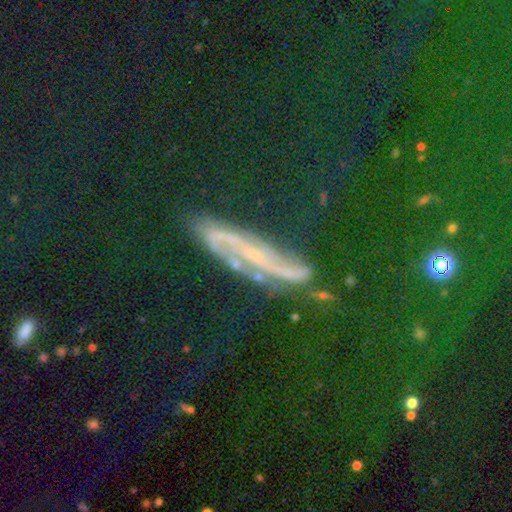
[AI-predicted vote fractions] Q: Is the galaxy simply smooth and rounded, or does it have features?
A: star or artifact — 46%.